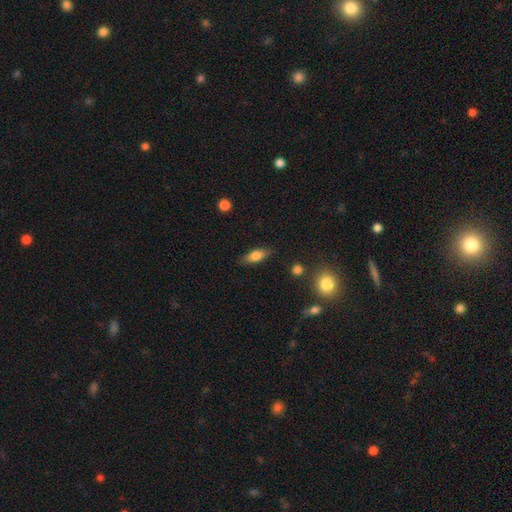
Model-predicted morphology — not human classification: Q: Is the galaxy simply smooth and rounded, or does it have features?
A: smooth — 70%.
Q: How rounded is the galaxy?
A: in between — 70%.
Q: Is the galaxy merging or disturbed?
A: none — 84%.